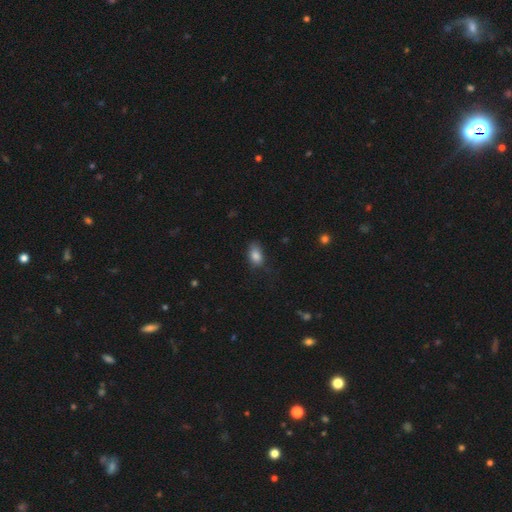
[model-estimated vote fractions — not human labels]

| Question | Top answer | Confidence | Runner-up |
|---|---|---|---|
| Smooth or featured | smooth | 84% | star or artifact (9%) |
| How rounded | in between | 87% | round (10%) |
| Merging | none | 63% | minor disturbance (28%) |